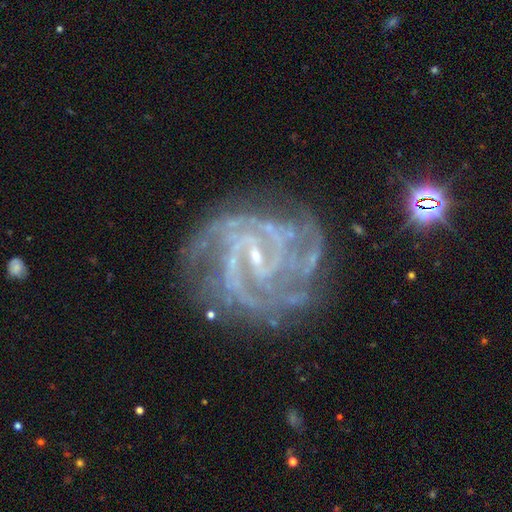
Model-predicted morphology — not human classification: Smooth or featured?
  - featured or disk: 92% *
  - star or artifact: 6%
  - smooth: 3%
Edge-on disk?
  - no: 98% *
  - yes: 2%
Bar?
  - weak: 48% *
  - strong: 27%
  - no: 24%
Spiral arms?
  - yes: 98% *
  - no: 2%
Spiral winding?
  - tight: 59% *
  - medium: 35%
  - loose: 5%
Spiral arm count?
  - 3: 24% *
  - 2: 23%
  - 4: 19%
  - can't tell: 16%
  - more than 4: 9%
  - 1: 8%
Bulge size?
  - small: 82% *
  - moderate: 10%
  - none: 7%
  - large: 1%
  - dominant: 1%
Merging?
  - none: 70% *
  - minor disturbance: 19%
  - major disturbance: 10%
  - merger: 2%